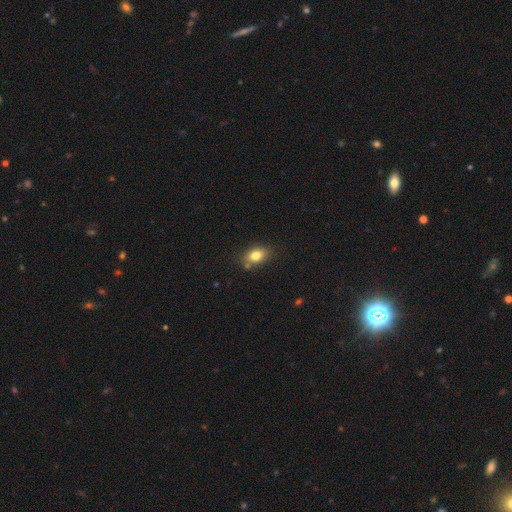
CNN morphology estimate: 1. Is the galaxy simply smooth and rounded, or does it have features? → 80% smooth, 10% star or artifact, 10% featured or disk.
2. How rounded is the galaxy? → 75% in between, 23% round, 2% cigar-shaped.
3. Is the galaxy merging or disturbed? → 75% none, 15% minor disturbance, 7% merger, 3% major disturbance.